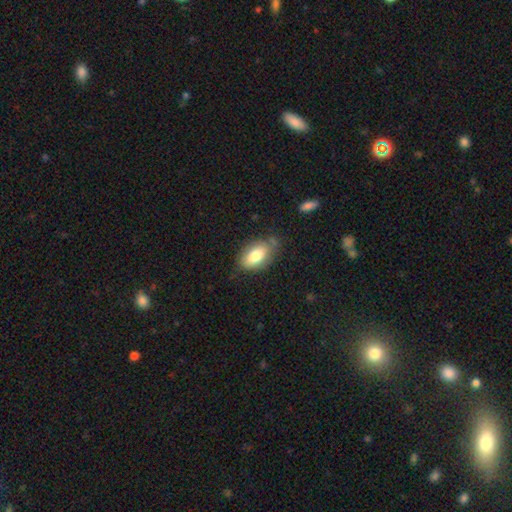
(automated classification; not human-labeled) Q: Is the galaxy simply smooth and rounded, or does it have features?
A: smooth — 79%.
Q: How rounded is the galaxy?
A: in between — 92%.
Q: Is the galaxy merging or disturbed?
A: none — 68%.